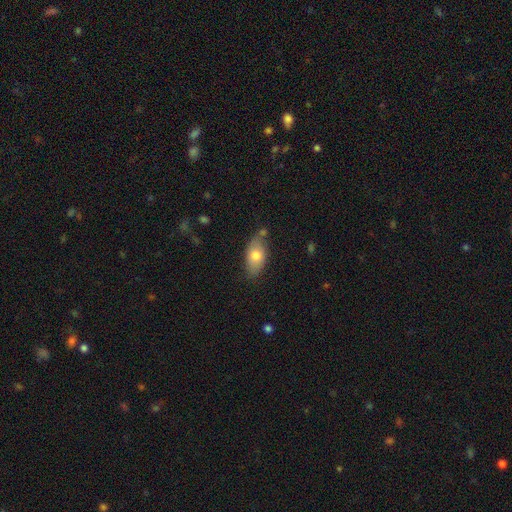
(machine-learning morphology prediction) This is likely a smooth galaxy (75%). How rounded: clearly in between (90%). Merging: likely none (69%).